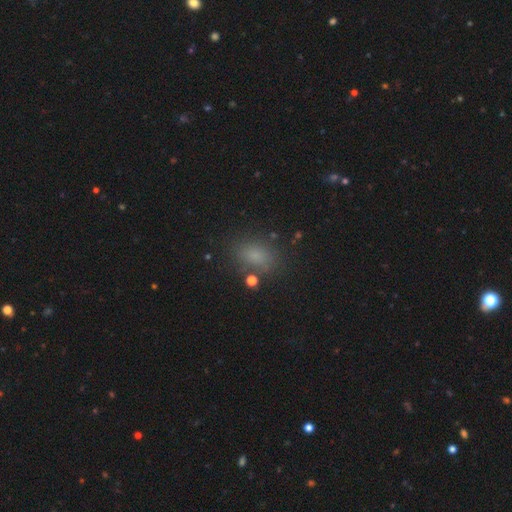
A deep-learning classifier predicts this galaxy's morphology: Smooth or featured? smooth (77%)
How rounded? in between (75%)
Merging? none (79%)